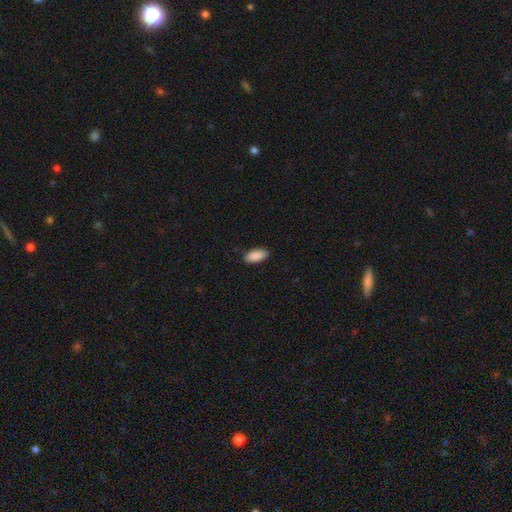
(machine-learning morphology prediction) Q: Smooth or featured?
A: smooth (91%); runner-up: star or artifact (6%)
Q: How rounded?
A: in between (91%); runner-up: cigar-shaped (7%)
Q: Merging?
A: none (87%); runner-up: minor disturbance (10%)